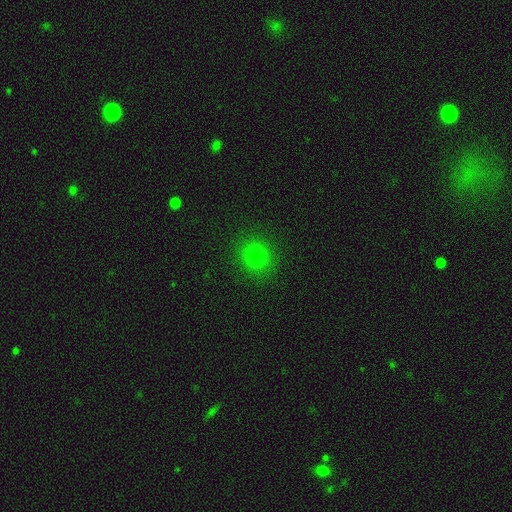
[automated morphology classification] Smooth or featured? Predicted: smooth (p=0.78). How rounded? Predicted: round (p=0.88). Merging? Predicted: none (p=0.89).